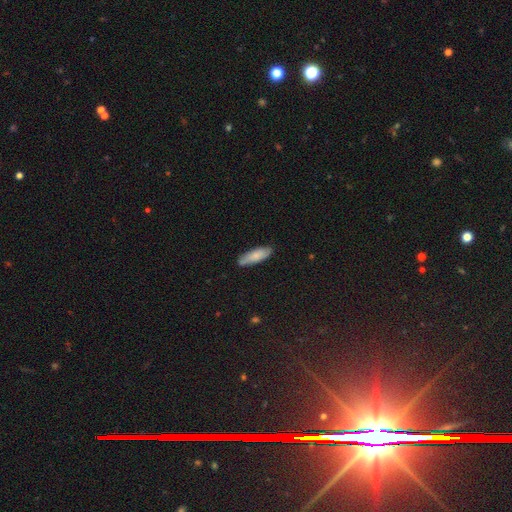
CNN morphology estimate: The model was most divided on "how rounded": cigar-shaped: 51%, in between: 47%, round: 2%. More confident: merging — none (82%); smooth or featured — smooth (80%).